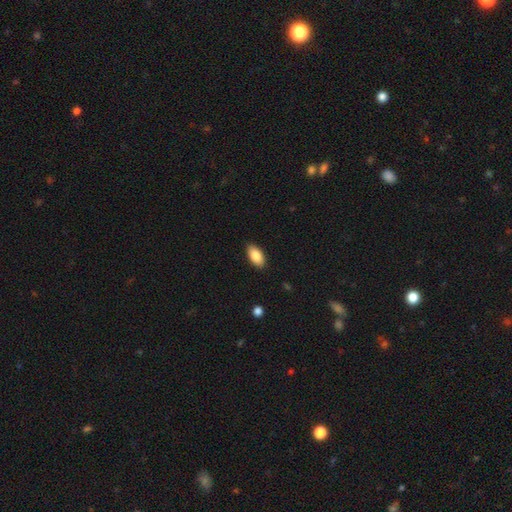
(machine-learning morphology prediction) This appears to be a smooth galaxy with no disk features (87%) that is in between round and cigar-shaped (93%). Merging: none (88%).